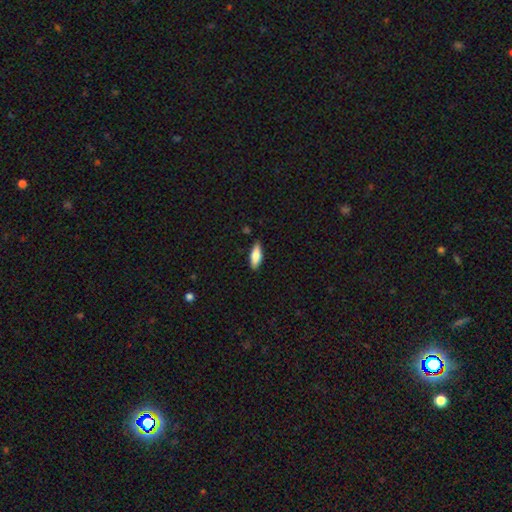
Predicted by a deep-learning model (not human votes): The model was most divided on "how rounded": in between: 63%, cigar-shaped: 35%, round: 2%. More confident: merging — none (85%); smooth or featured — smooth (78%).